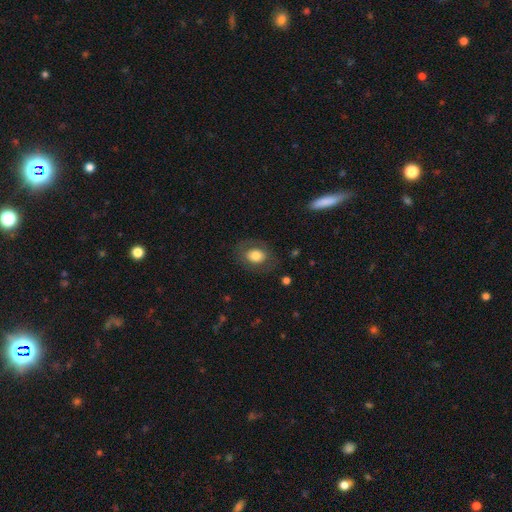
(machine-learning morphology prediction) This is likely a smooth galaxy (69%). How rounded: likely in between (62%). Merging: likely none (77%).